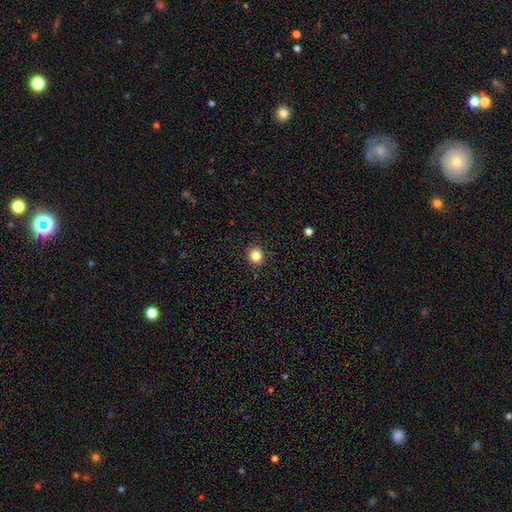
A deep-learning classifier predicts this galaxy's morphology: smooth 83%, star or artifact 12%, featured or disk 5%. Down the decision tree: how rounded — round (90%); merging — none (92%).